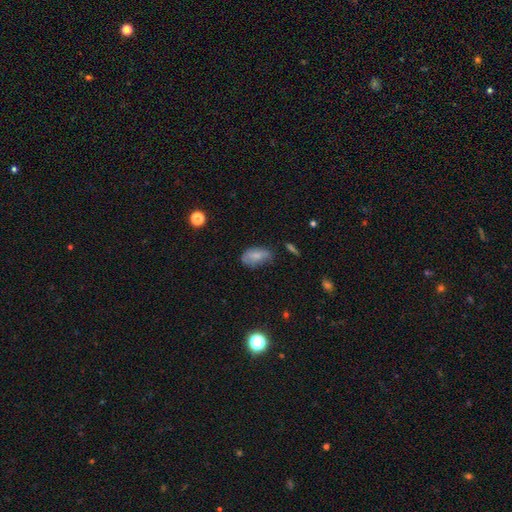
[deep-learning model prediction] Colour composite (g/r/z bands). It shows a smooth galaxy with no disk features (75%) that is in between round and cigar-shaped (90%). Merging: none (51%).